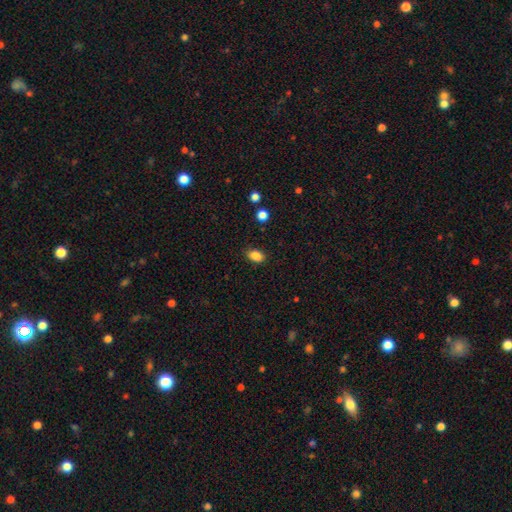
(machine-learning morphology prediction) A smooth galaxy with no disk features (86%) that is in between round and cigar-shaped (81%).

Vote fractions:
- Smooth or featured? smooth: 86% / star or artifact: 10% / featured or disk: 4%
- How rounded? in between: 81% / round: 17% / cigar-shaped: 2%
- Merging? none: 81% / minor disturbance: 14% / major disturbance: 3% / merger: 2%